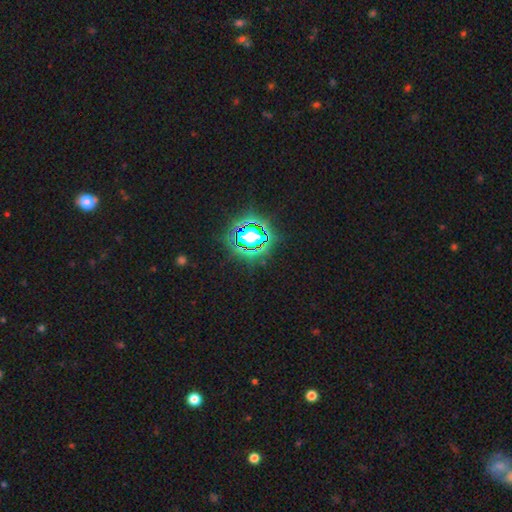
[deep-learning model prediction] The model was most divided on "smooth or featured": star or artifact: 82%, smooth: 12%, featured or disk: 6%.